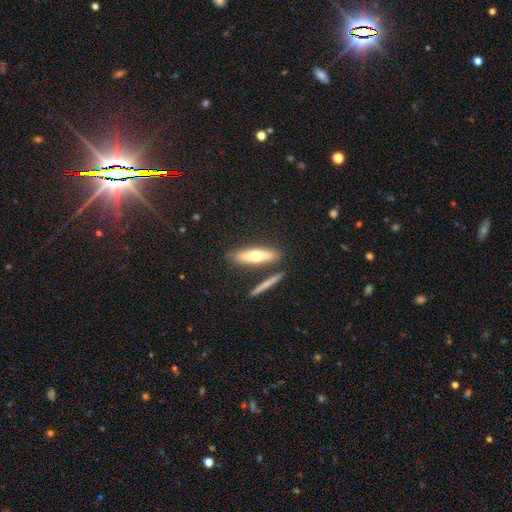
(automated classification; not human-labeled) Morphology: type=smooth (54%); roundness=cigar-shaped (71%); merging=none (77%).